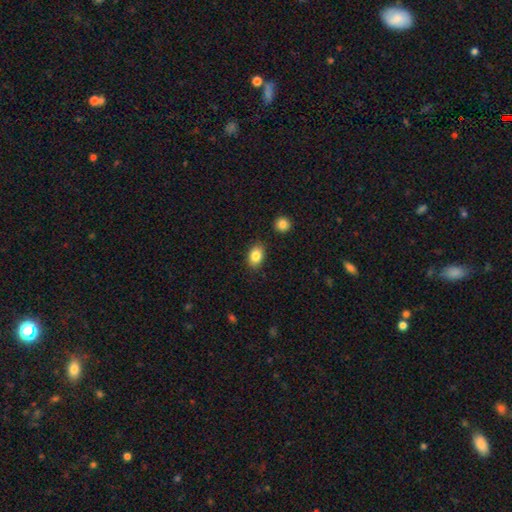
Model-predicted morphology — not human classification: smooth_or_featured: smooth (p=0.85) [alt: star or artifact p=0.08]
how_rounded: in between (p=0.80) [alt: round p=0.19]
merging: none (p=0.86) [alt: minor disturbance p=0.09]